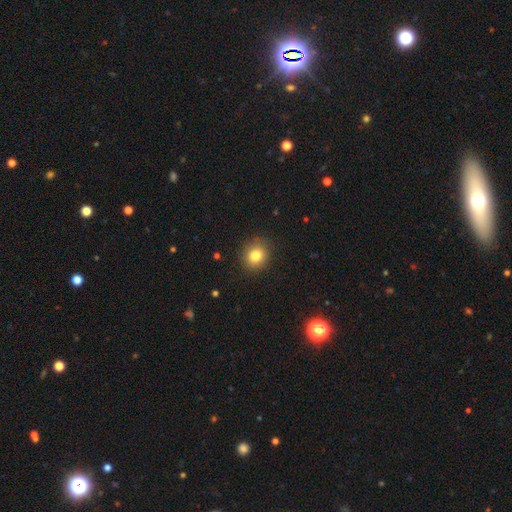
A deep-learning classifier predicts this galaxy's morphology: smooth 81%, star or artifact 11%, featured or disk 8%. Down the decision tree: how rounded — round (78%); merging — none (89%).